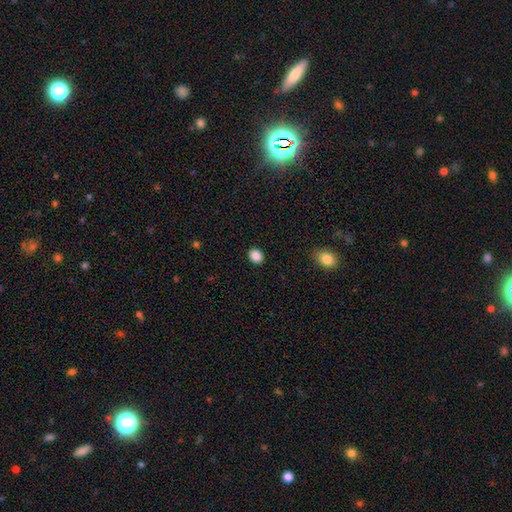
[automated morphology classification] A smooth galaxy with no disk features (87%) that is round (57%). Merging: none (90%).